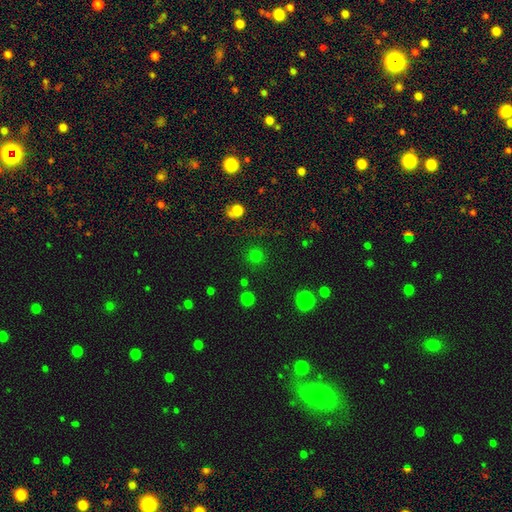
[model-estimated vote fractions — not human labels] This appears to be a smooth galaxy with no disk features (73%) that is round (91%). Merging: none (85%).